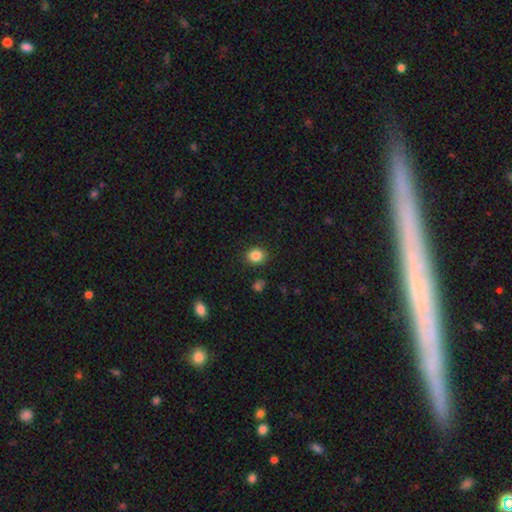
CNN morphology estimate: Overall: smooth (85%). How rounded: round (63%; in between 36%). Merging: none (88%).